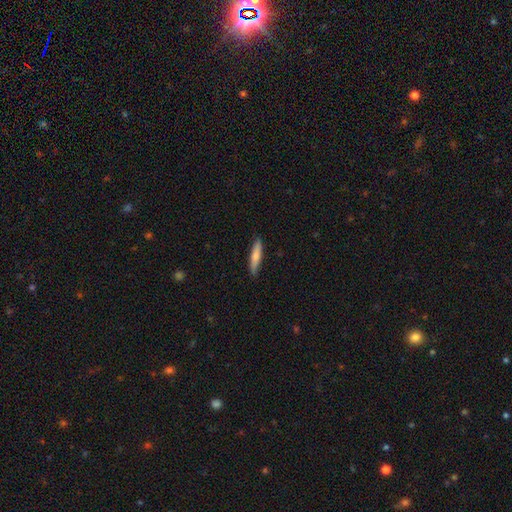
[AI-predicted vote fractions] This appears to be a smooth galaxy with no disk features (73%) that is cigar-shaped (86%). Merging: none (87%).